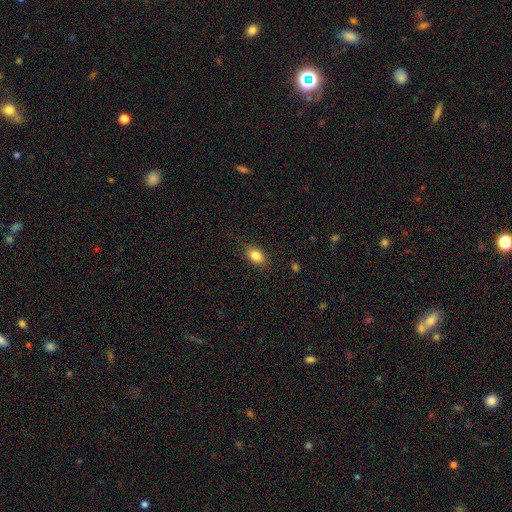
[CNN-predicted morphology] Smooth or featured?
  - smooth: 85% *
  - star or artifact: 8%
  - featured or disk: 6%
How rounded?
  - in between: 88% *
  - round: 10%
  - cigar-shaped: 2%
Merging?
  - none: 85% *
  - minor disturbance: 11%
  - major disturbance: 3%
  - merger: 1%